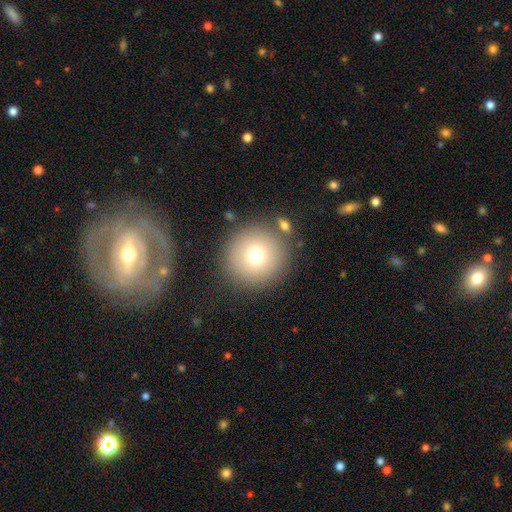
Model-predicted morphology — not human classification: Smooth or featured: smooth — 73% (star or artifact — 14%)
How rounded: round — 96% (in between — 3%)
Merging: none — 86% (minor disturbance — 7%)